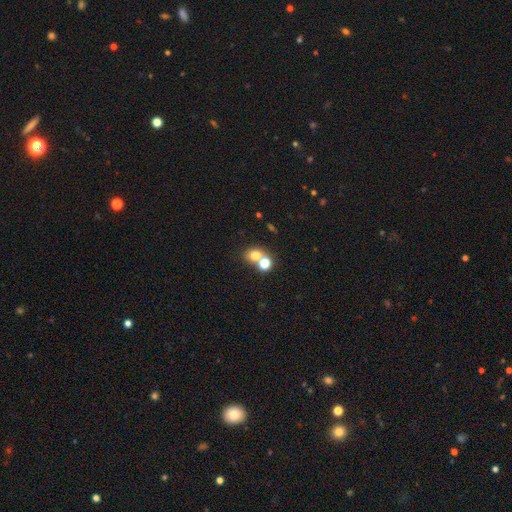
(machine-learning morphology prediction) smooth 72%, star or artifact 16%, featured or disk 11%. Down the decision tree: how rounded — round (63%); merging — none (46%).